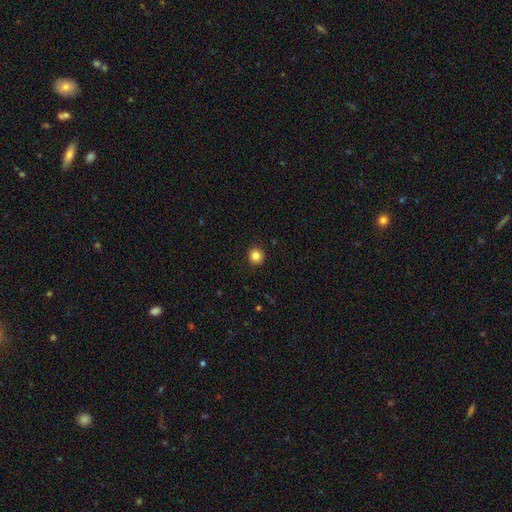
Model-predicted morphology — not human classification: This appears to be a smooth galaxy with no disk features (85%) that is round (93%). Merging: none (92%).